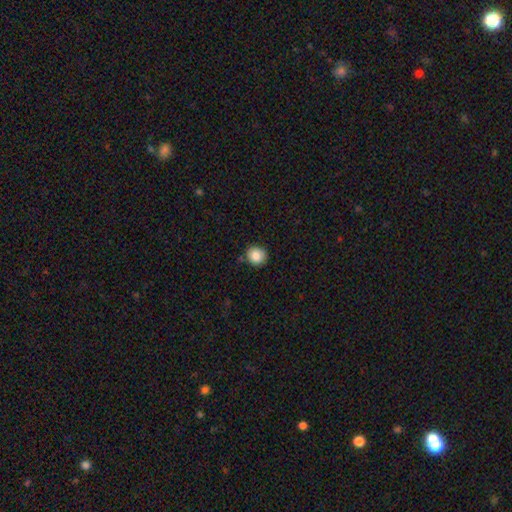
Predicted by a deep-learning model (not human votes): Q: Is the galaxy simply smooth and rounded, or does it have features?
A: smooth — 86%.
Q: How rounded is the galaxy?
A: round — 89%.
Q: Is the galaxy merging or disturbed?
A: none — 86%.